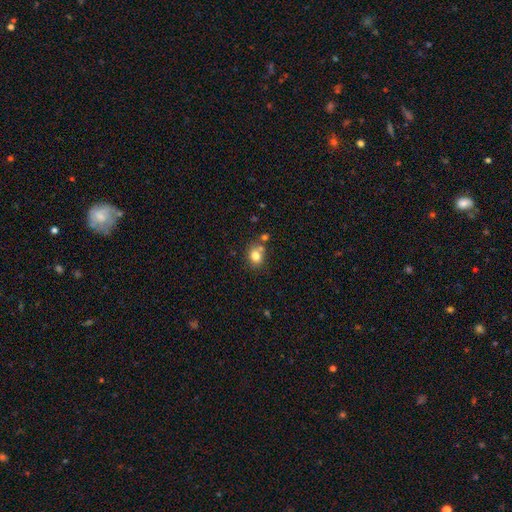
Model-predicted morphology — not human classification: Smooth or featured?
  - smooth: 79% *
  - star or artifact: 11%
  - featured or disk: 10%
How rounded?
  - round: 62% *
  - in between: 37%
  - cigar-shaped: 1%
Merging?
  - none: 59% *
  - merger: 24%
  - minor disturbance: 13%
  - major disturbance: 4%